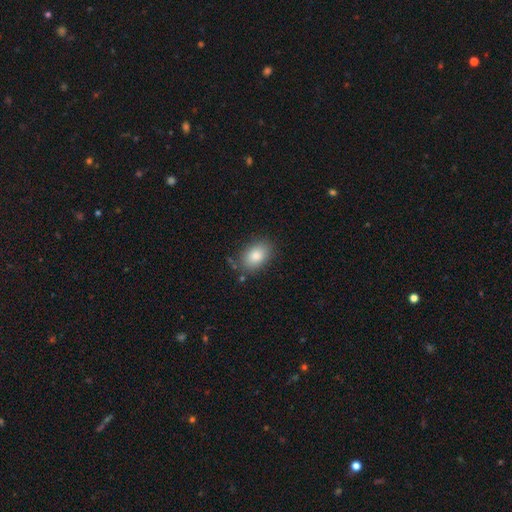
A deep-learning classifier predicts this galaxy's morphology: A smooth galaxy with no disk features (84%) that is in between round and cigar-shaped (85%).

Vote fractions:
- Smooth or featured? smooth: 84% / featured or disk: 8% / star or artifact: 8%
- How rounded? in between: 85% / round: 13% / cigar-shaped: 1%
- Merging? none: 81% / minor disturbance: 13% / major disturbance: 4% / merger: 3%